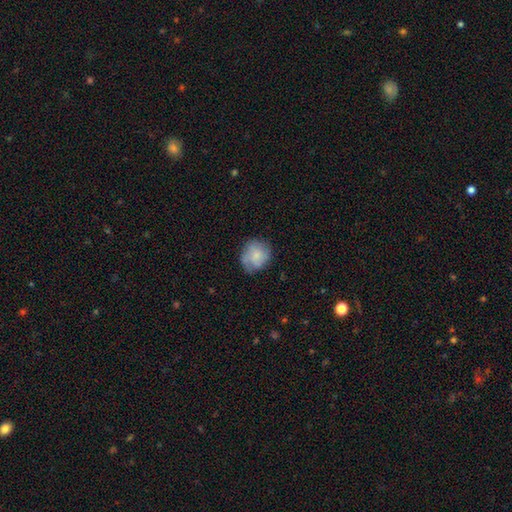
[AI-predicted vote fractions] Smooth or featured? smooth (69%)
How rounded? round (72%)
Merging? none (63%)